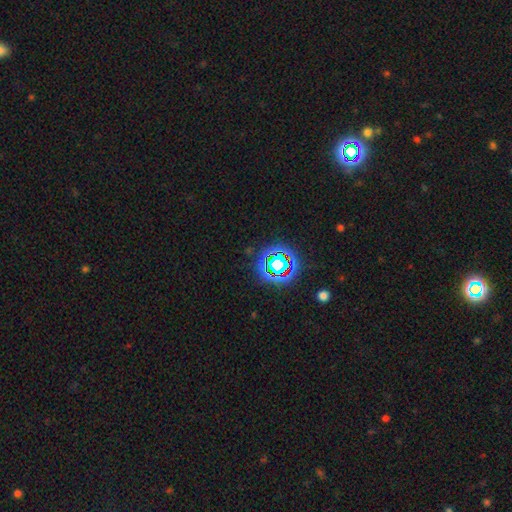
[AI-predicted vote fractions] This appears to be a star or artifact, not a galaxy (77%).